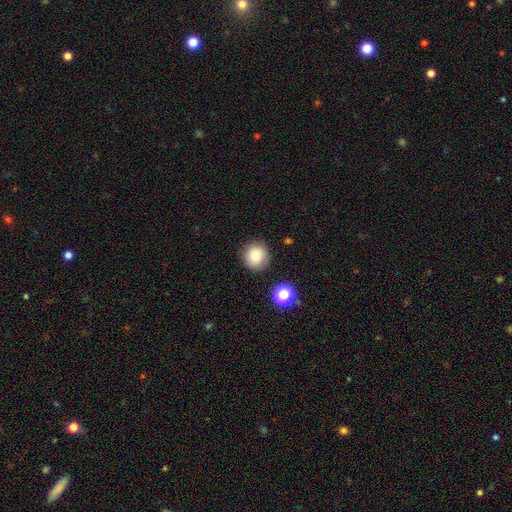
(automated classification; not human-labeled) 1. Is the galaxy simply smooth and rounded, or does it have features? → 84% smooth, 10% star or artifact, 6% featured or disk.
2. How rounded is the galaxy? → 92% round, 8% in between, 1% cigar-shaped.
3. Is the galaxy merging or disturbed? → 86% none, 9% minor disturbance, 3% major disturbance, 3% merger.